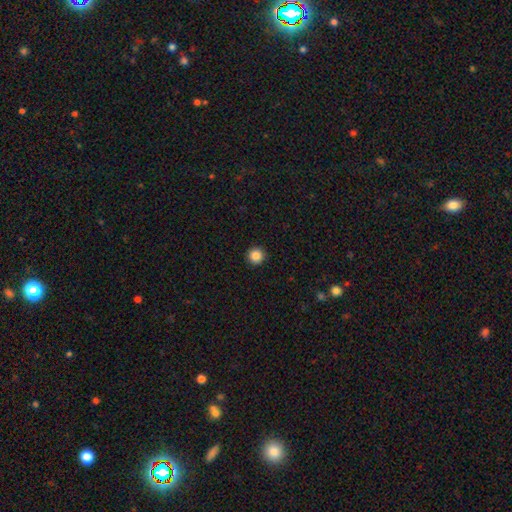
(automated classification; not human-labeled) Smooth or featured? Predicted: smooth (p=0.86). How rounded? Predicted: round (p=0.96). Merging? Predicted: none (p=0.93).